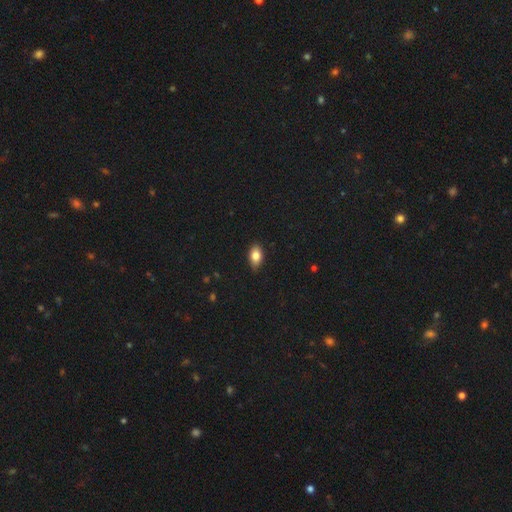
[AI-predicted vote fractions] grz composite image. It shows a smooth galaxy with no disk features (82%) that is in between round and cigar-shaped (88%). Merging: none (86%).